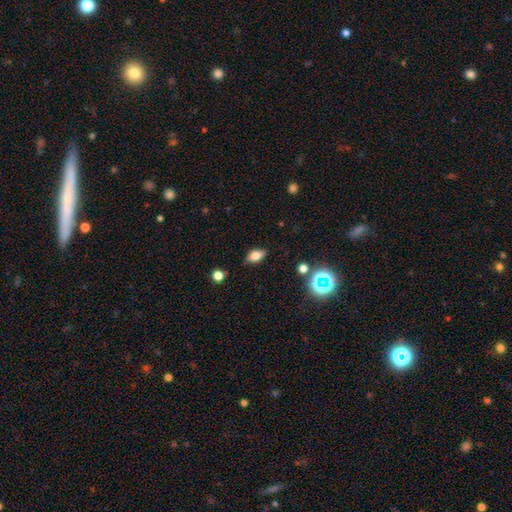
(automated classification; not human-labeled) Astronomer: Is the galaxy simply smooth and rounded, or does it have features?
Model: smooth — 76%.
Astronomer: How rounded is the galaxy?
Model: in between — 86%.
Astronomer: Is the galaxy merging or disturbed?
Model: none — 82%.